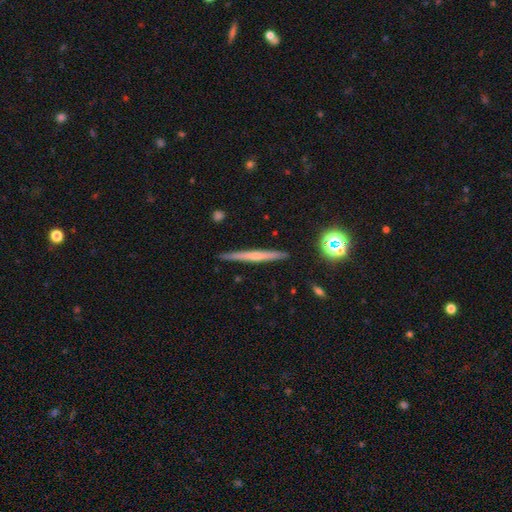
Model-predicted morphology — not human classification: This appears to be a featured or disk galaxy (63%) viewed edge-on (96%) with a rounded central bulge (57%). Merging: none (89%).